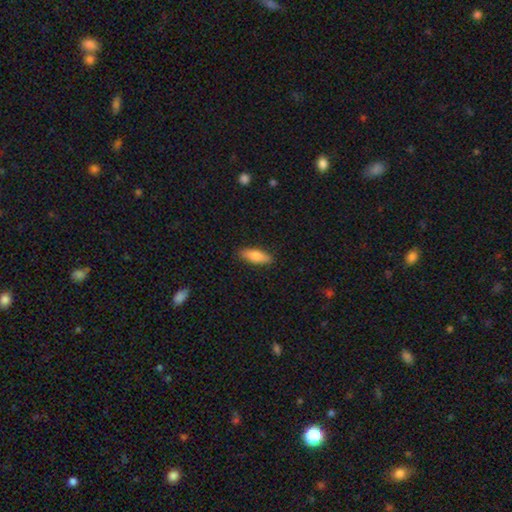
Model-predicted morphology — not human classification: Smooth or featured: smooth — 81% (featured or disk — 13%)
How rounded: in between — 62% (cigar-shaped — 36%)
Merging: none — 88% (minor disturbance — 9%)